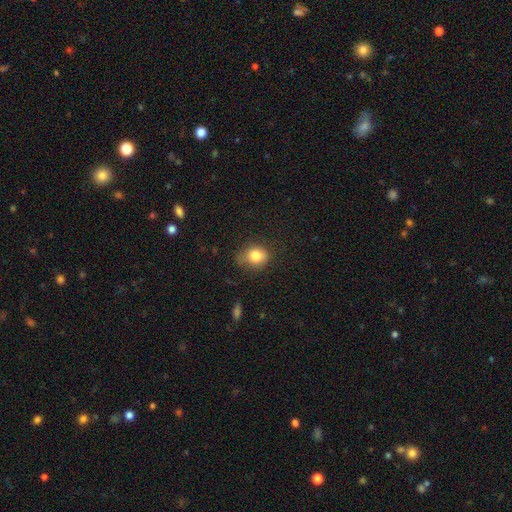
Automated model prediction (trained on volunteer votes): This is clearly a smooth galaxy (81%). How rounded: possibly round (53%). Merging: likely none (62%).